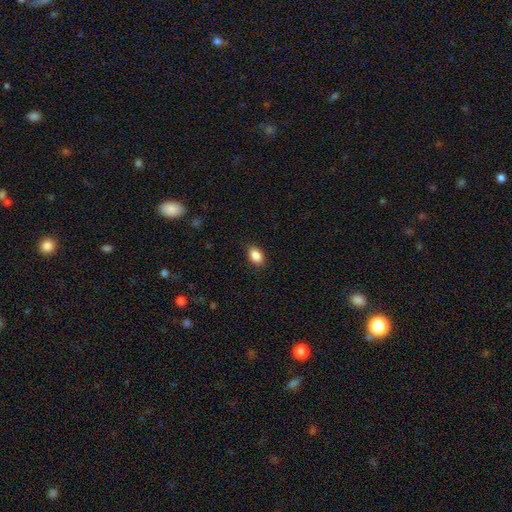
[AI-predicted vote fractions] smooth_or_featured: smooth (p=0.88) [alt: star or artifact p=0.08]
how_rounded: in between (p=0.87) [alt: round p=0.11]
merging: none (p=0.87) [alt: minor disturbance p=0.09]